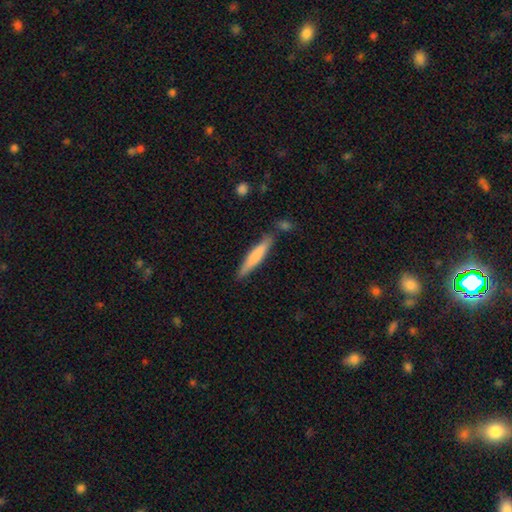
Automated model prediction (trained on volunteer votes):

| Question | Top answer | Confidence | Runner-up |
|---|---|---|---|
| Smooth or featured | smooth | 71% | featured or disk (24%) |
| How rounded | cigar-shaped | 91% | in between (8%) |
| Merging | none | 80% | minor disturbance (12%) |